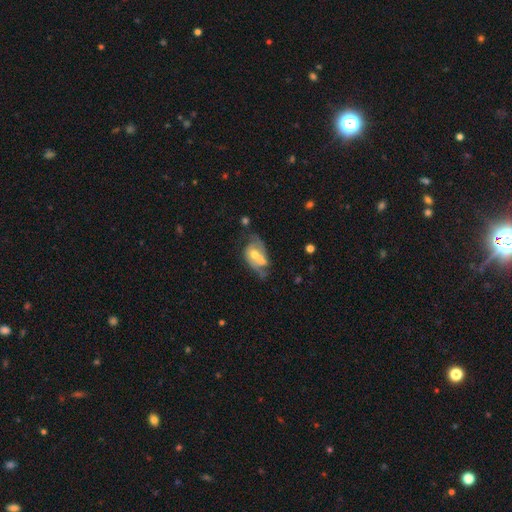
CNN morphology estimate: Smooth or featured? featured or disk (61%)
Edge-on disk? no (95%)
Bar? no (66%)
Spiral arms? yes (61%)
Bulge size? moderate (67%)
Merging? merger (38%)